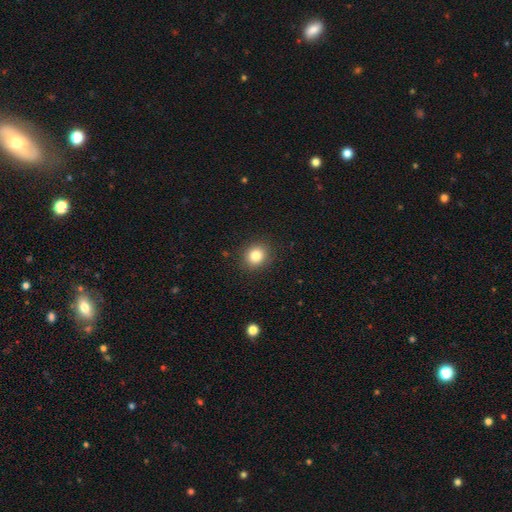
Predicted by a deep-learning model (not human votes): A smooth galaxy with no disk features (82%) that is round (76%).

Vote fractions:
- Smooth or featured? smooth: 82% / star or artifact: 11% / featured or disk: 7%
- How rounded? round: 76% / in between: 23% / cigar-shaped: 1%
- Merging? none: 89% / minor disturbance: 7% / major disturbance: 2% / merger: 1%